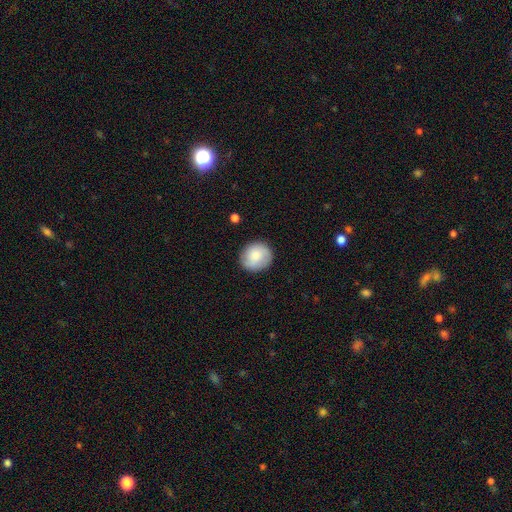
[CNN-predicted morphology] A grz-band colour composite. It shows a smooth galaxy with no disk features (79%) that is round (84%). Merging: none (85%).